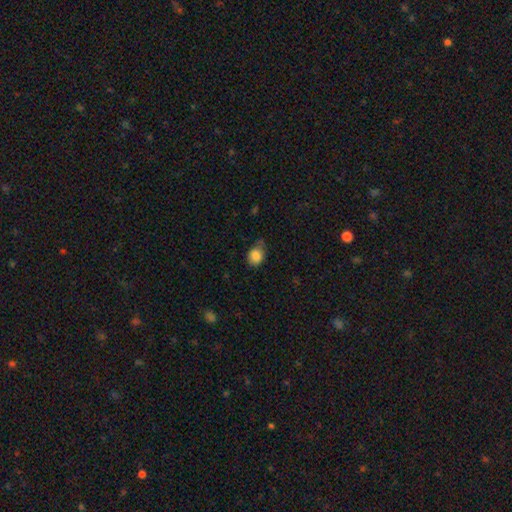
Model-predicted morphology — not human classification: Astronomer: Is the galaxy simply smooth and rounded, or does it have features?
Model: smooth — 85%.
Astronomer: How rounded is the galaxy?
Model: round — 52% (runner-up: in between, 47%).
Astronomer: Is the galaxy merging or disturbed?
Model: none — 60%.